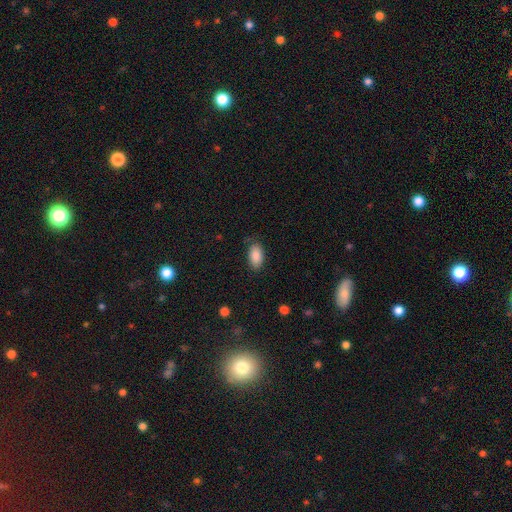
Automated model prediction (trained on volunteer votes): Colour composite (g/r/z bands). It shows a smooth galaxy with no disk features (88%) that is in between round and cigar-shaped (94%). Merging: none (81%).